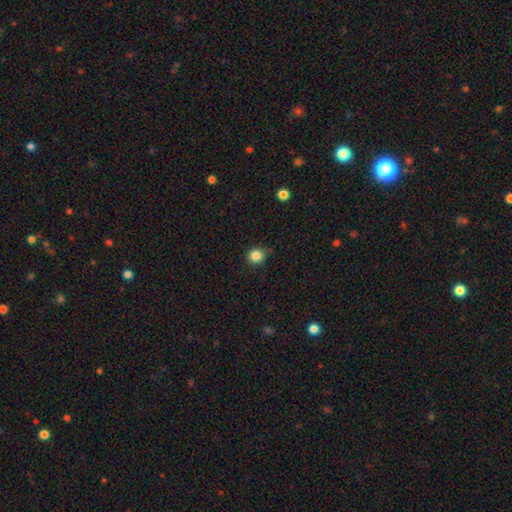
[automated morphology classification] Smooth or featured?
  - smooth: 84% *
  - star or artifact: 12%
  - featured or disk: 5%
How rounded?
  - round: 88% *
  - in between: 11%
  - cigar-shaped: 1%
Merging?
  - none: 79% *
  - minor disturbance: 17%
  - major disturbance: 3%
  - merger: 1%